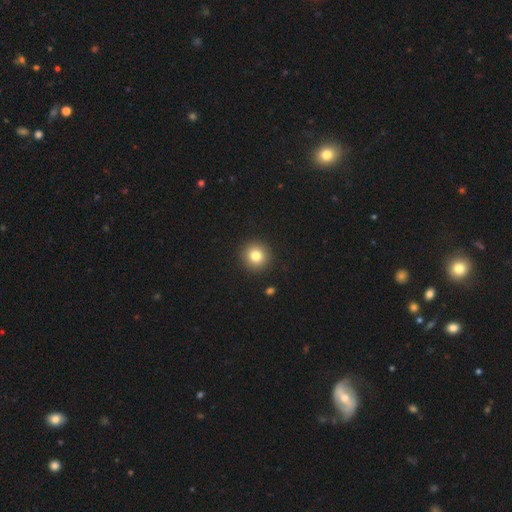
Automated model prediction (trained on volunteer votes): Q: Smooth or featured?
A: smooth (81%); runner-up: star or artifact (11%)
Q: How rounded?
A: round (94%); runner-up: in between (5%)
Q: Merging?
A: none (92%); runner-up: minor disturbance (5%)